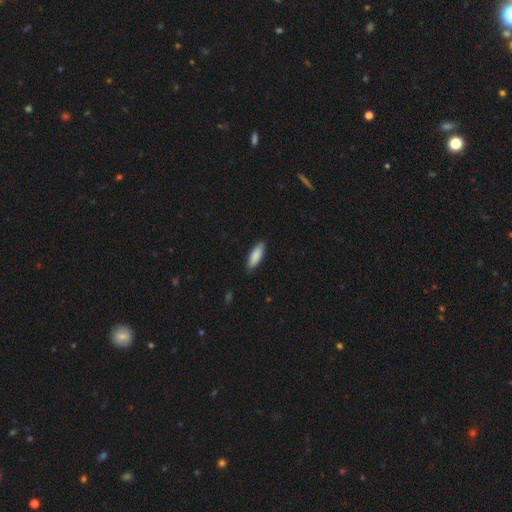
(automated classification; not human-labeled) This appears to be a smooth galaxy with no disk features (87%) that is in between round and cigar-shaped (55%). Merging: none (88%).